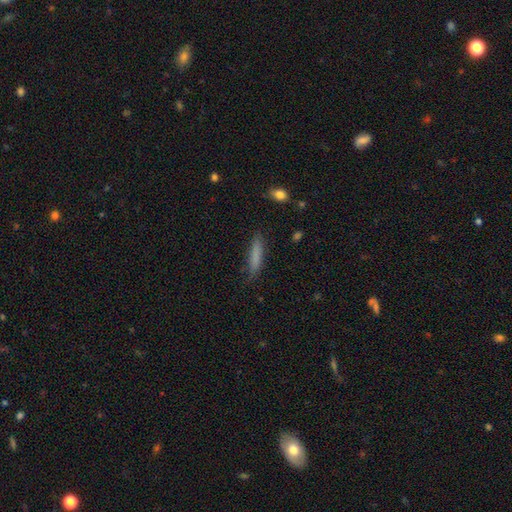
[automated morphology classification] Smooth or featured?
  - smooth: 79% *
  - featured or disk: 13%
  - star or artifact: 8%
How rounded?
  - cigar-shaped: 86% *
  - in between: 12%
  - round: 1%
Merging?
  - none: 80% *
  - minor disturbance: 15%
  - major disturbance: 3%
  - merger: 2%